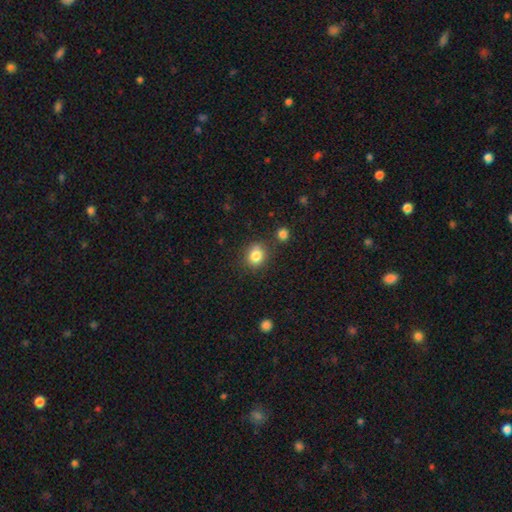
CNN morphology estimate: A smooth galaxy with no disk features (83%) that is round (70%). Merging: none (77%).